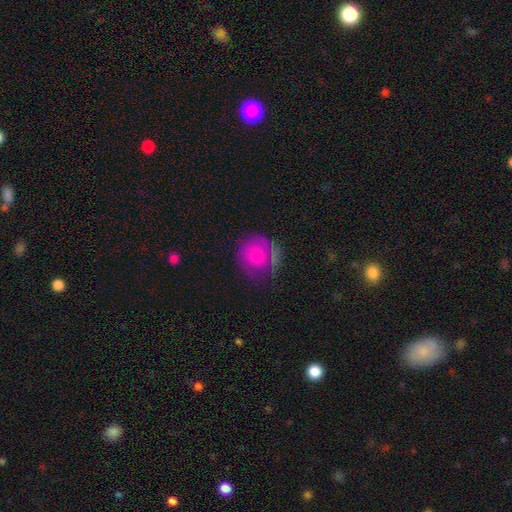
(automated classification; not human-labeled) smooth-or-featured: smooth: 59% | featured or disk: 32% | star or artifact: 9%
  how-rounded: round: 82% | in between: 17% | cigar-shaped: 1%
  merging: none: 58% | minor disturbance: 23% | major disturbance: 15% | merger: 3%